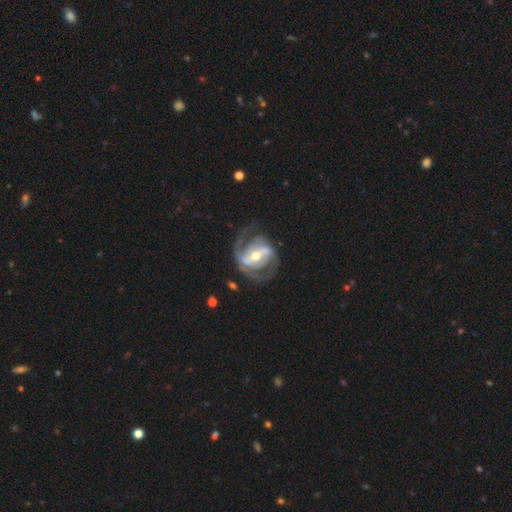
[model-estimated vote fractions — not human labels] Smooth or featured? Predicted: featured or disk (p=0.87). Edge-on disk? Predicted: no (p=0.97). Bar? Predicted: strong (p=0.52). Spiral arms? Predicted: yes (p=0.93). Spiral winding? Predicted: medium (p=0.50). Spiral arm count? Predicted: 2 (p=0.78). Bulge size? Predicted: moderate (p=0.60). Merging? Predicted: none (p=0.63).